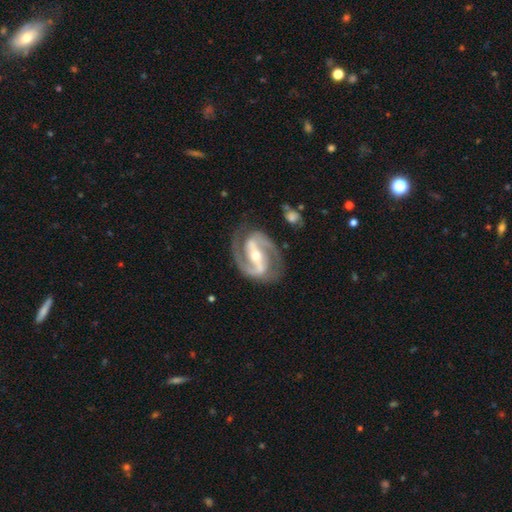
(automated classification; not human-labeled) Smooth or featured? featured or disk (93%)
Edge-on disk? no (97%)
Bar? strong (73%)
Spiral arms? yes (98%)
Spiral winding? medium (55%)
Spiral arm count? 2 (94%)
Bulge size? moderate (59%)
Merging? none (83%)